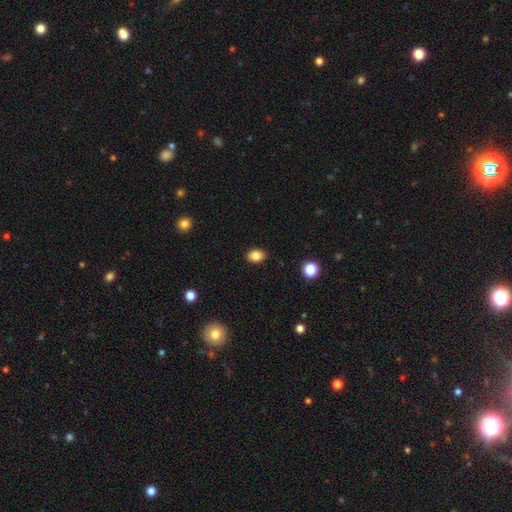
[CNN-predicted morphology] Smooth or featured? Predicted: smooth (p=0.85). How rounded? Predicted: in between (p=0.70). Merging? Predicted: none (p=0.90).